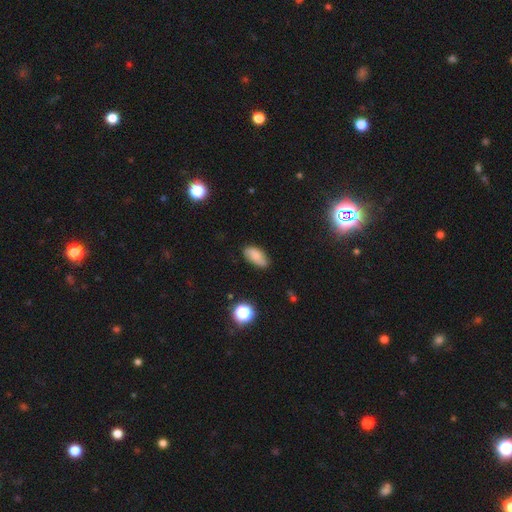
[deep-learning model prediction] Smooth or featured? smooth (71%)
How rounded? in between (90%)
Merging? none (77%)